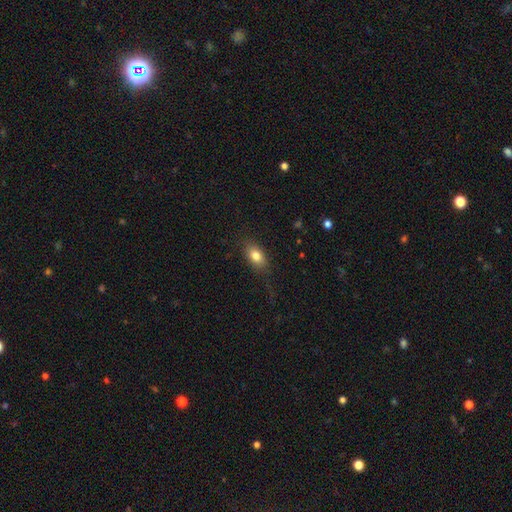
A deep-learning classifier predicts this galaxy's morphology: smooth 81%, featured or disk 11%, star or artifact 9%. Down the decision tree: how rounded — in between (83%); merging — none (78%).